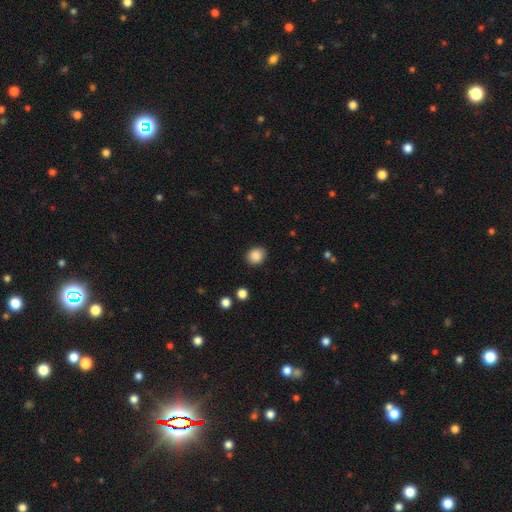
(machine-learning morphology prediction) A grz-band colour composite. It shows a smooth galaxy with no disk features (87%) that is round (62%). Merging: none (86%).